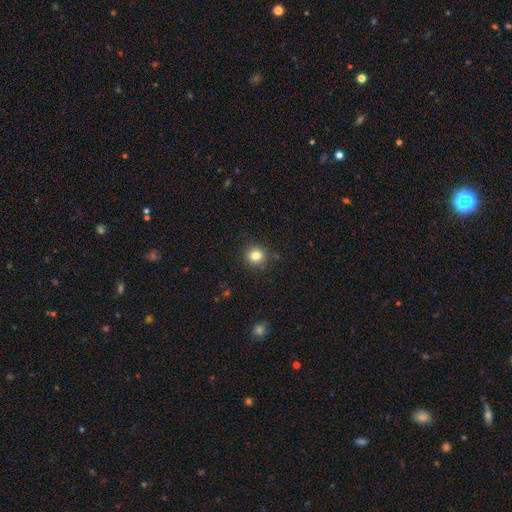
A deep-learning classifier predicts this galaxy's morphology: smooth 82%, star or artifact 12%, featured or disk 6%. Down the decision tree: how rounded — round (90%); merging — none (88%).